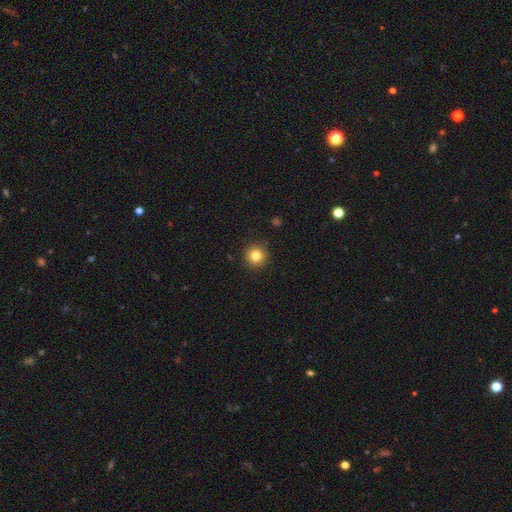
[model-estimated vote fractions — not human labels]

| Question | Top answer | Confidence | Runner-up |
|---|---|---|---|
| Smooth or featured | smooth | 83% | star or artifact (11%) |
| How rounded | round | 95% | in between (4%) |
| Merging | none | 91% | minor disturbance (6%) |